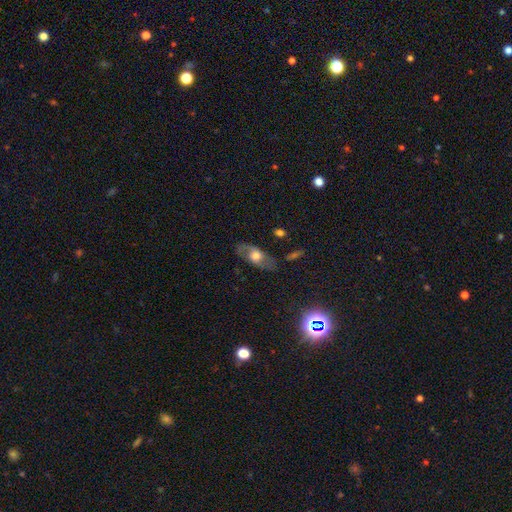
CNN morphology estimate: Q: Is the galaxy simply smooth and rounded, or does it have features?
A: featured or disk — 51%.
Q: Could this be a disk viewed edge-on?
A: no — 75%.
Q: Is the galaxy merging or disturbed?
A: none — 74%.